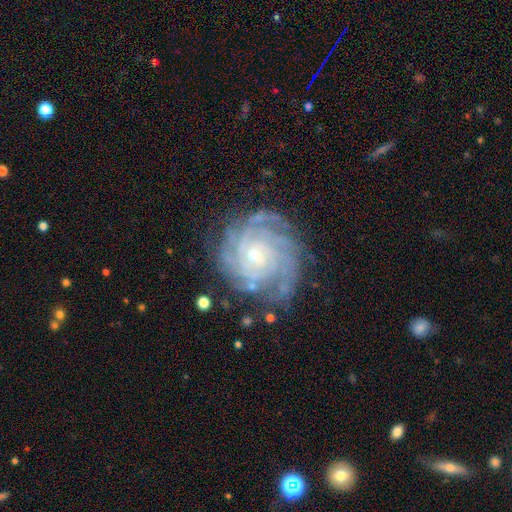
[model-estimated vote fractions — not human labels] featured or disk 88%, star or artifact 6%, smooth 6%. Down the decision tree: edge-on disk — no (98%); bar — no (63%); spiral arms — yes (98%); spiral arm count — 4 (29%); spiral winding — tight (79%); bulge size — small (76%); merging — none (75%).